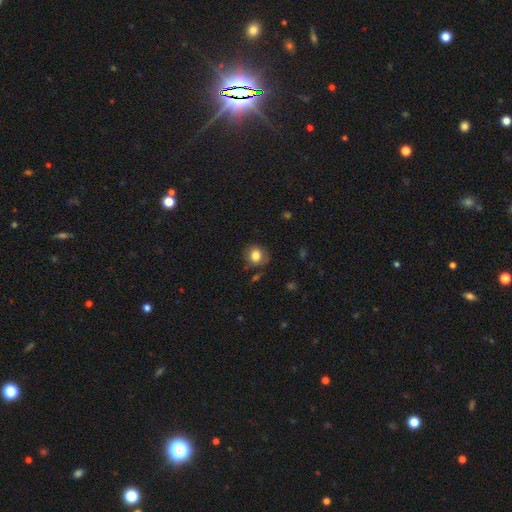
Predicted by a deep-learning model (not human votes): Smooth or featured: smooth — 81% (star or artifact — 10%)
How rounded: round — 77% (in between — 22%)
Merging: none — 76% (minor disturbance — 16%)